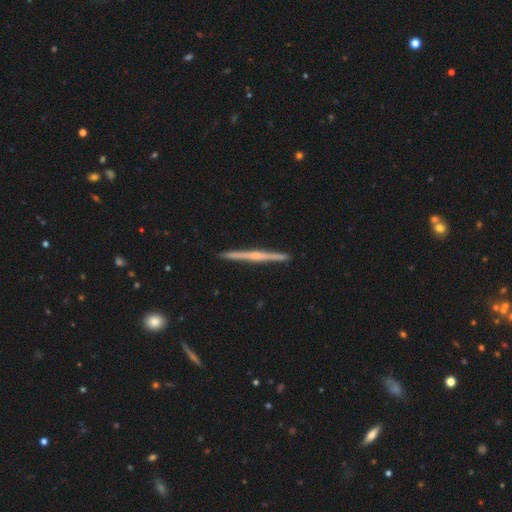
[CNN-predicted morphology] The model was most divided on "edge-on bulge": rounded: 51%, none: 40%, boxy: 10%. More confident: edge-on disk — yes (98%); merging — none (93%); smooth or featured — featured or disk (74%).